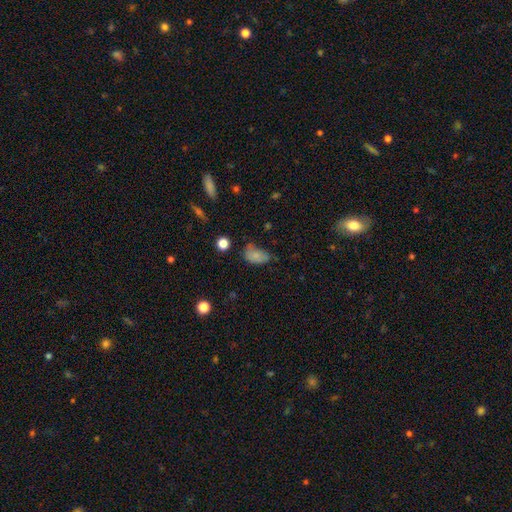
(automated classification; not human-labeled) smooth-or-featured: smooth: 77% | featured or disk: 12% | star or artifact: 11%
  how-rounded: in between: 89% | round: 9% | cigar-shaped: 2%
  merging: none: 41% | minor disturbance: 39% | major disturbance: 16% | merger: 4%